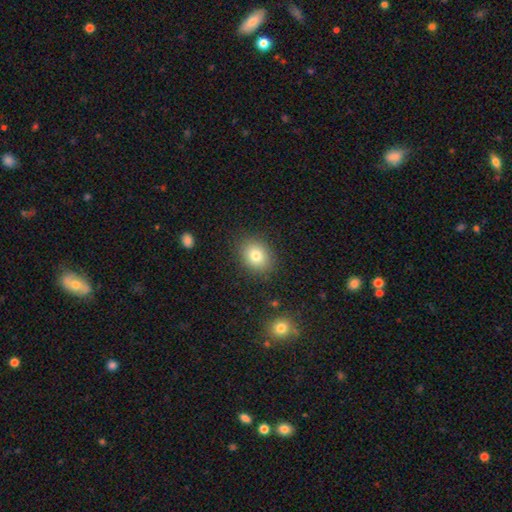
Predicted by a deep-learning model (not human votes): Smooth or featured?
  - smooth: 79% *
  - star or artifact: 11%
  - featured or disk: 10%
How rounded?
  - round: 54% *
  - in between: 45%
  - cigar-shaped: 1%
Merging?
  - none: 86% *
  - minor disturbance: 9%
  - major disturbance: 3%
  - merger: 1%